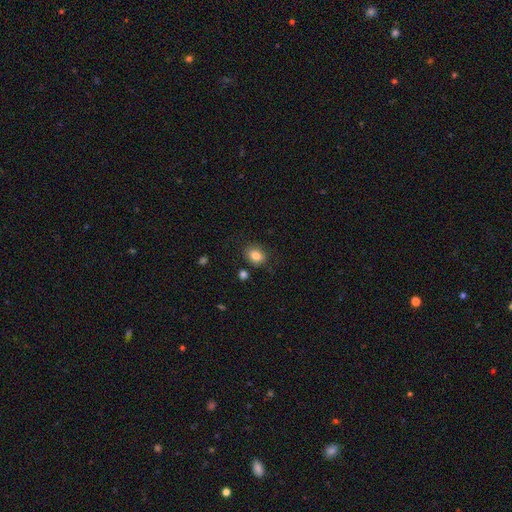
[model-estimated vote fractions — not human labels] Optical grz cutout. It shows a smooth galaxy with no disk features (83%) that is in between round and cigar-shaped (50%). Merging: none (82%).